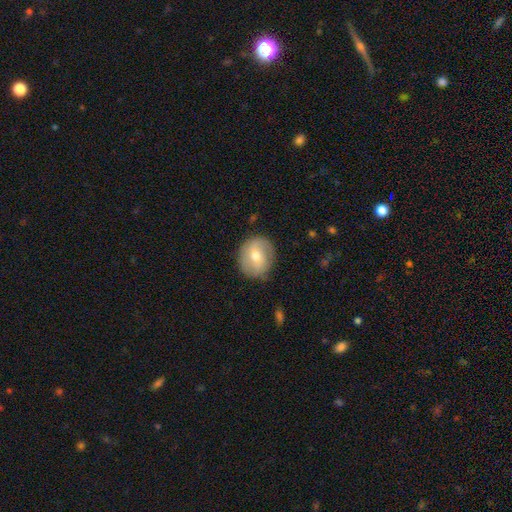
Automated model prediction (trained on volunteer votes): Q: Smooth or featured?
A: smooth (56%); runner-up: featured or disk (37%)
Q: How rounded?
A: round (79%); runner-up: in between (20%)
Q: Merging?
A: none (82%); runner-up: minor disturbance (13%)